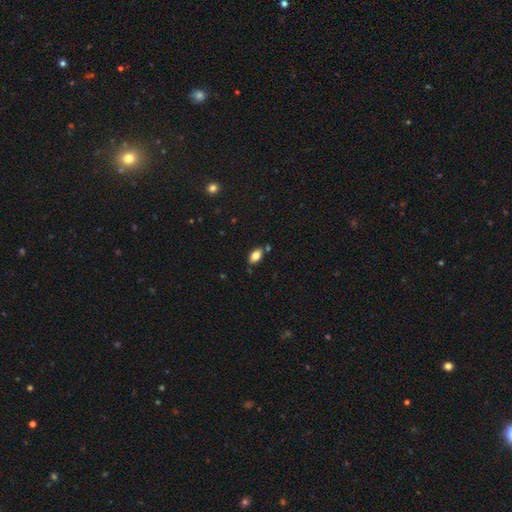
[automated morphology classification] smooth-or-featured: smooth: 80% | featured or disk: 12% | star or artifact: 9%
  how-rounded: in between: 91% | round: 6% | cigar-shaped: 3%
  merging: none: 78% | minor disturbance: 13% | merger: 6% | major disturbance: 3%